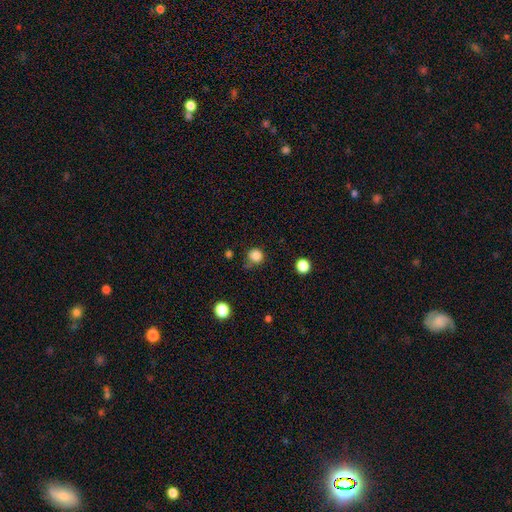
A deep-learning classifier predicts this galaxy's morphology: Overall: smooth (84%). How rounded: round (89%). Merging: none (68%).